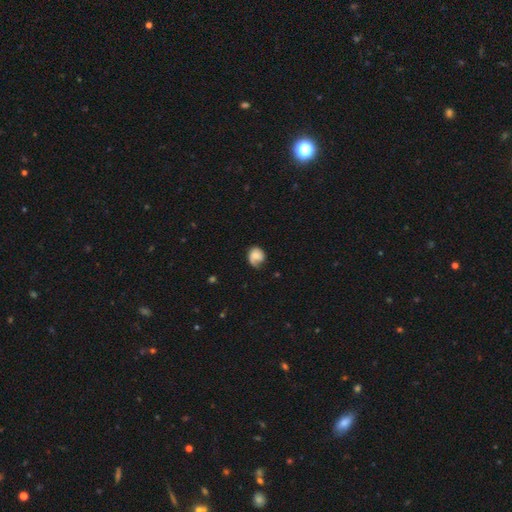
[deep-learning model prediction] Overall: smooth (54%; featured or disk 38%). How rounded: round (58%; in between 41%). Merging: none (46%; minor disturbance 29%).